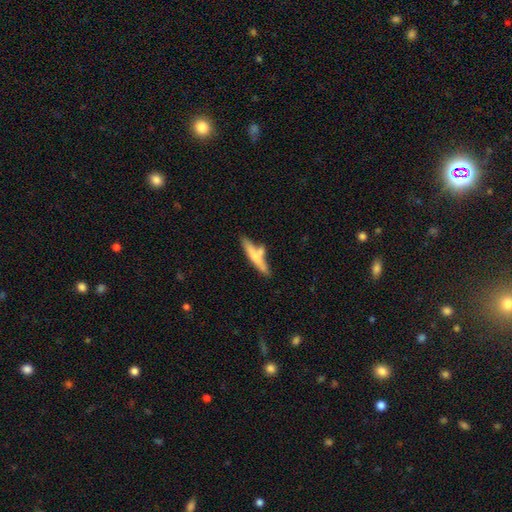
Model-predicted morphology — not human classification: A smooth galaxy with no disk features (59%) that is cigar-shaped (87%).

Vote fractions:
- Smooth or featured? smooth: 59% / featured or disk: 35% / star or artifact: 6%
- How rounded? cigar-shaped: 87% / in between: 11% / round: 2%
- Merging? none: 56% / merger: 24% / minor disturbance: 16% / major disturbance: 5%